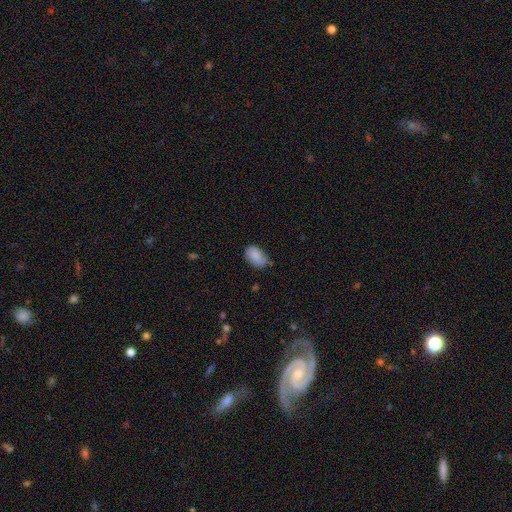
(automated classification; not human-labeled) Overall: smooth (83%). How rounded: in between (89%). Merging: none (63%; minor disturbance 28%).